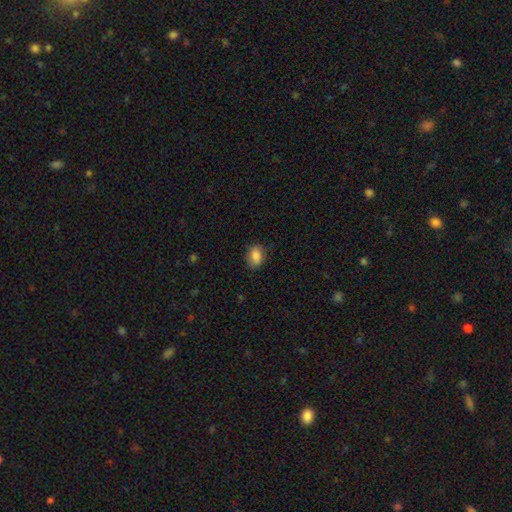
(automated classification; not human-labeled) Smooth or featured?
  - smooth: 87% *
  - star or artifact: 8%
  - featured or disk: 5%
How rounded?
  - in between: 78% *
  - round: 21%
  - cigar-shaped: 1%
Merging?
  - none: 78% *
  - minor disturbance: 17%
  - major disturbance: 4%
  - merger: 1%